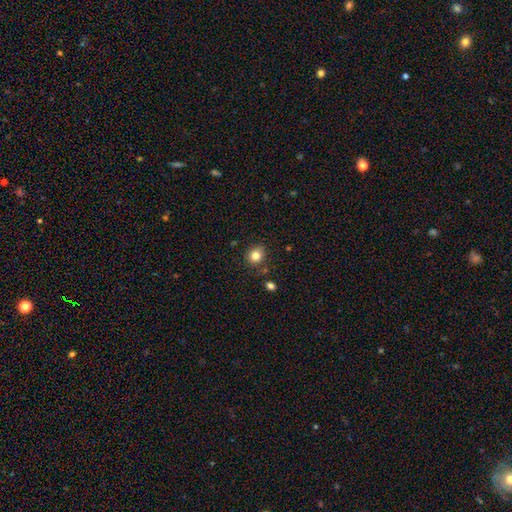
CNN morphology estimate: Smooth or featured: smooth — 81% (star or artifact — 11%)
How rounded: round — 78% (in between — 21%)
Merging: none — 82% (minor disturbance — 12%)